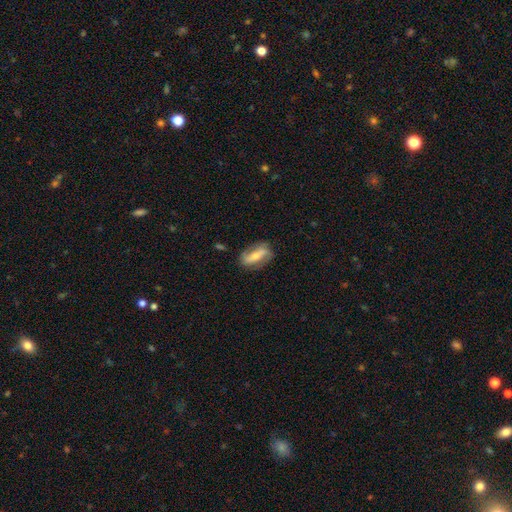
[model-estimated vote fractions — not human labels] smooth_or_featured: featured or disk (p=0.58) [alt: smooth p=0.36]
disk_edge_on: no (p=0.83) [alt: yes p=0.17]
merging: none (p=0.77) [alt: minor disturbance p=0.16]